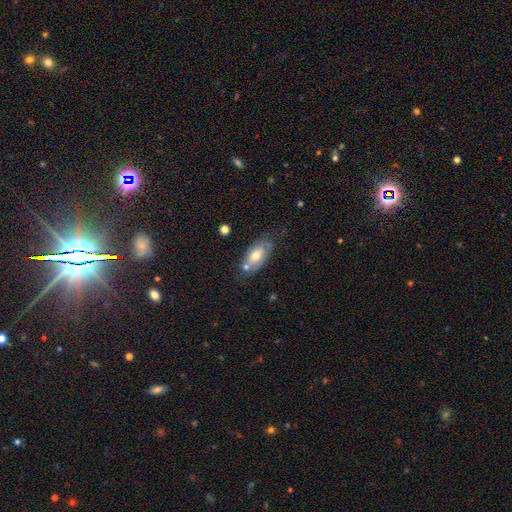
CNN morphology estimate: A smooth galaxy with no disk features (54%) that is in between round and cigar-shaped (88%). Merging: none (55%).